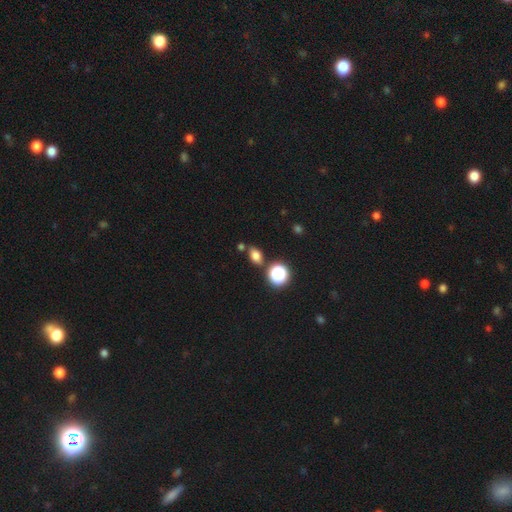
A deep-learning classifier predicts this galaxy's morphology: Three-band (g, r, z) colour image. It shows a smooth galaxy with no disk features (75%) that is in between round and cigar-shaped (72%). Merging: none (71%).